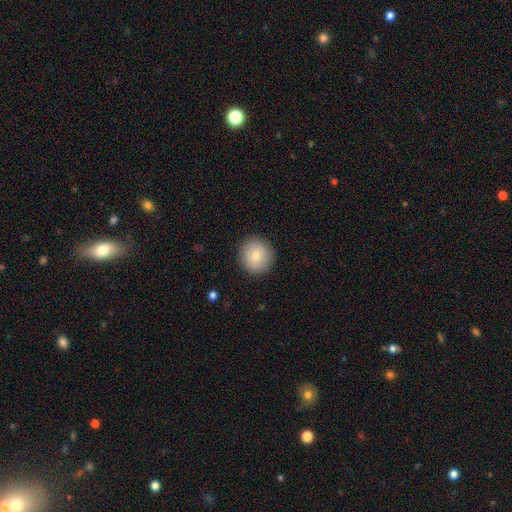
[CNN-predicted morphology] smooth 80%, featured or disk 13%, star or artifact 8%. Down the decision tree: how rounded — round (93%); merging — none (91%).